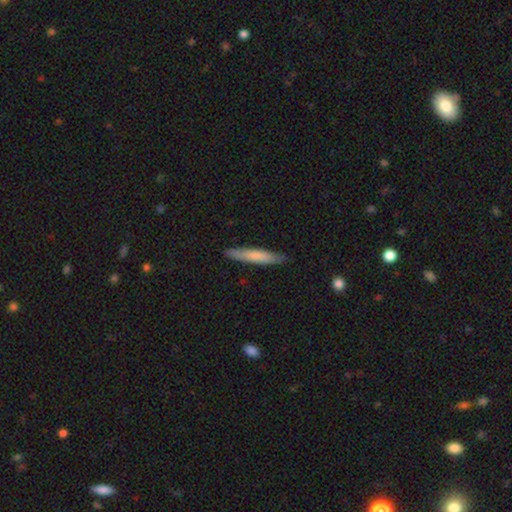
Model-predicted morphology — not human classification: smooth 69%, featured or disk 25%, star or artifact 5%. Down the decision tree: how rounded — cigar-shaped (92%); merging — none (86%).